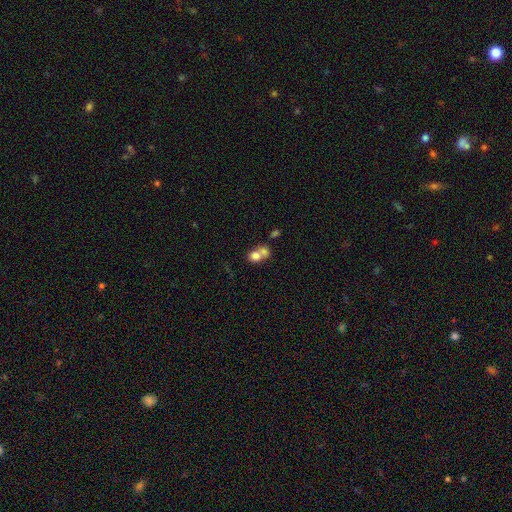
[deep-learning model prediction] smooth-or-featured: smooth: 73% | featured or disk: 17% | star or artifact: 9%
  how-rounded: round: 62% | in between: 37% | cigar-shaped: 1%
  merging: merger: 68% | none: 22% | minor disturbance: 6% | major disturbance: 4%